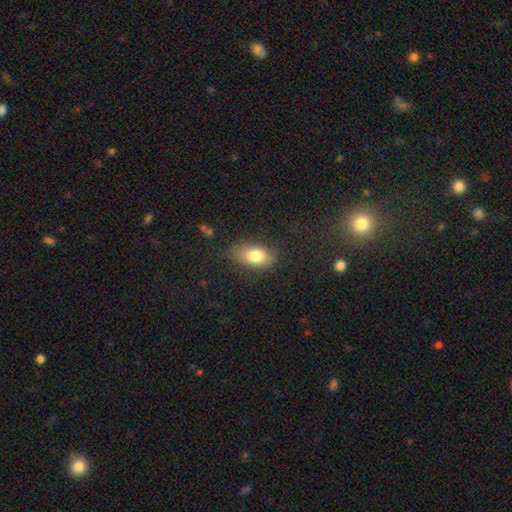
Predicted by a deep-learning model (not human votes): Smooth or featured? Predicted: smooth (p=0.80). How rounded? Predicted: in between (p=0.87). Merging? Predicted: none (p=0.76).